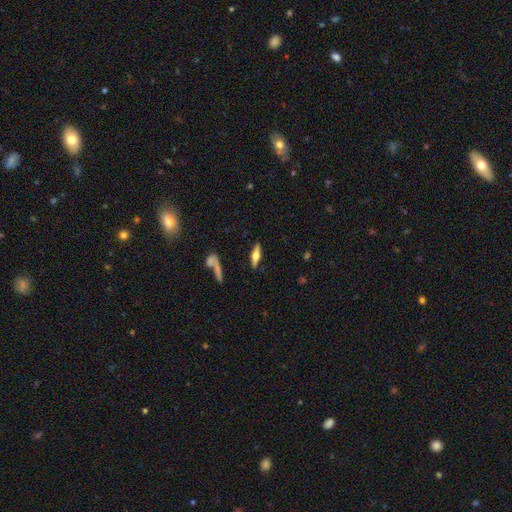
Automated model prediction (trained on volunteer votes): Smooth or featured? featured or disk (56%)
Edge-on disk? yes (92%)
Edge-on bulge? rounded (93%)
Merging? none (83%)